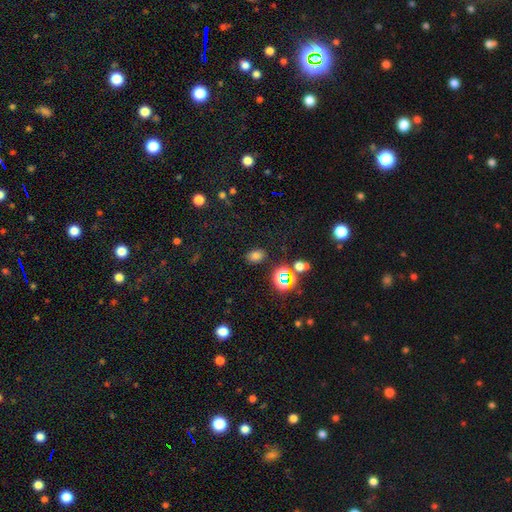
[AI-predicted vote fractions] smooth-or-featured: smooth: 69% | star or artifact: 24% | featured or disk: 7%
  how-rounded: in between: 71% | round: 28% | cigar-shaped: 1%
  merging: none: 84% | minor disturbance: 10% | major disturbance: 3% | merger: 3%